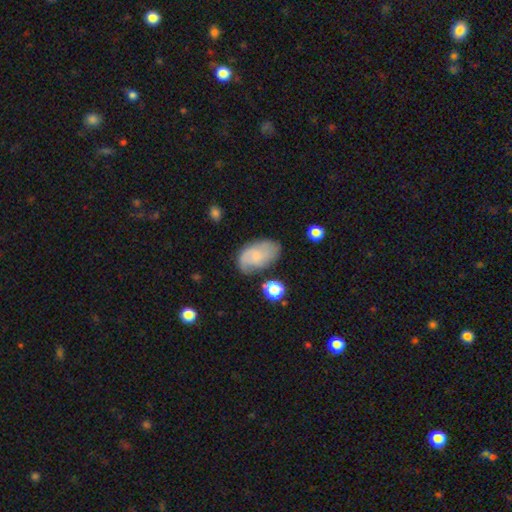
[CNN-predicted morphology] Smooth or featured? smooth (49%)
Merging? none (62%)